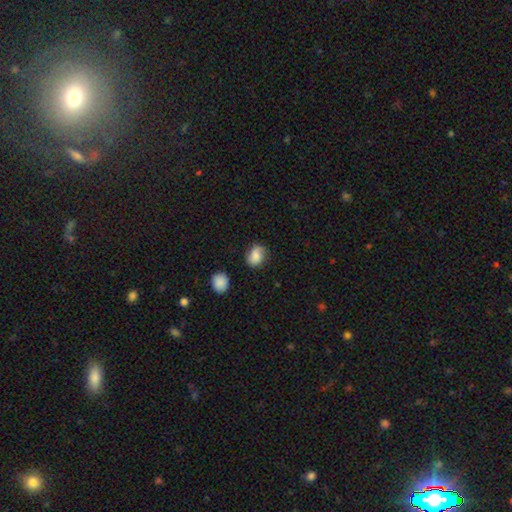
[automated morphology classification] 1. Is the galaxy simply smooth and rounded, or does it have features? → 74% smooth, 17% featured or disk, 9% star or artifact.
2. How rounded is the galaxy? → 56% in between, 42% round, 1% cigar-shaped.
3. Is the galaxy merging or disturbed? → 70% none, 22% minor disturbance, 6% major disturbance, 3% merger.